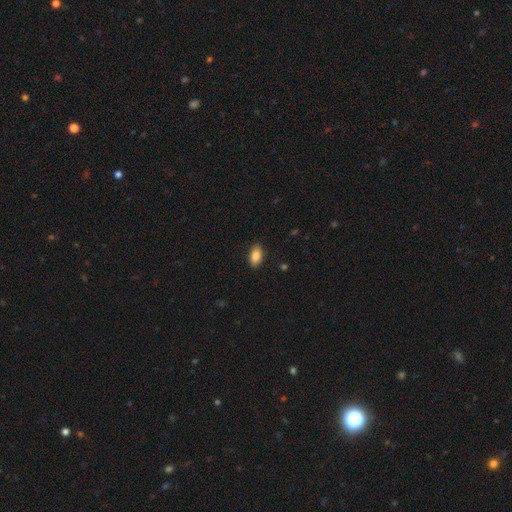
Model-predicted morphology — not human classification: smooth_or_featured: smooth (p=0.87) [alt: star or artifact p=0.07]
how_rounded: in between (p=0.92) [alt: round p=0.05]
merging: none (p=0.88) [alt: minor disturbance p=0.09]